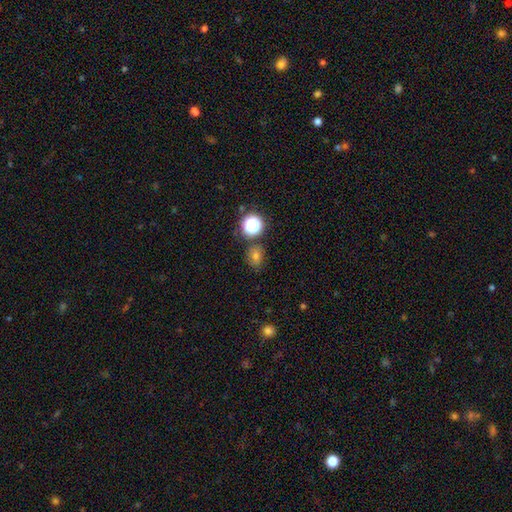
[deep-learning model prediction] smooth 63%, star or artifact 28%, featured or disk 9%. Down the decision tree: how rounded — round (64%); merging — none (79%).